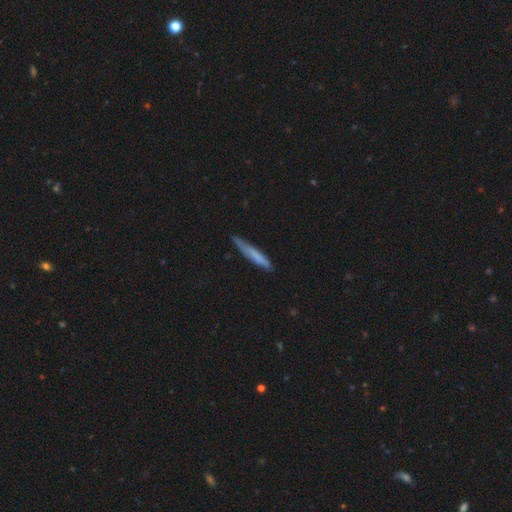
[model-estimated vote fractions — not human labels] This appears to be a smooth galaxy with no disk features (68%) that is cigar-shaped (94%). Merging: none (77%).